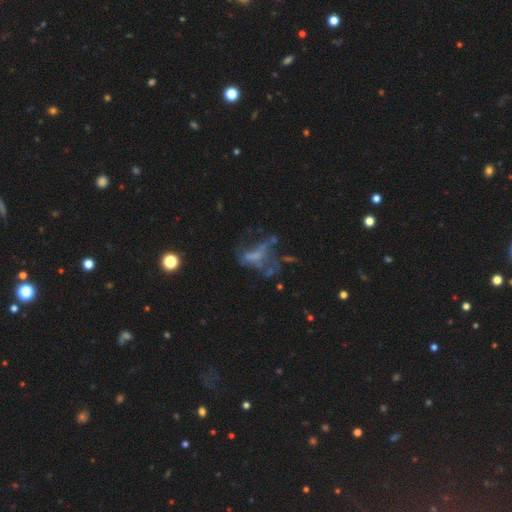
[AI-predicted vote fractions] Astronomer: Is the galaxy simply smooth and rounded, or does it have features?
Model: featured or disk — 50% (runner-up: smooth, 28%).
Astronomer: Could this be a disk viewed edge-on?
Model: no — 95%.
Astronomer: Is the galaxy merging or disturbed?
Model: major disturbance — 43% (runner-up: none, 28%).